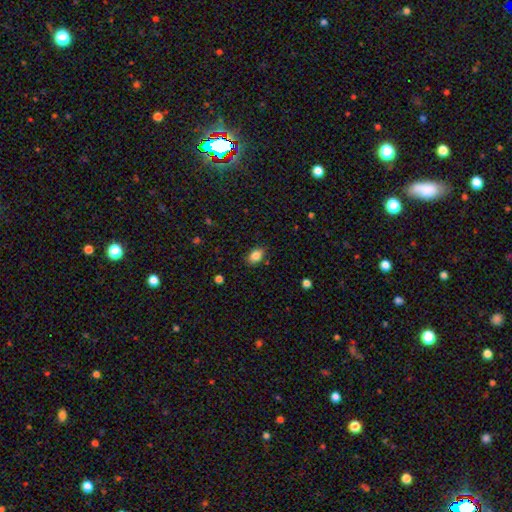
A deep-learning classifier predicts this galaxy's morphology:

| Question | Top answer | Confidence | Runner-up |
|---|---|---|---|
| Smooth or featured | smooth | 85% | star or artifact (9%) |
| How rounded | in between | 81% | round (18%) |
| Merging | none | 85% | minor disturbance (11%) |